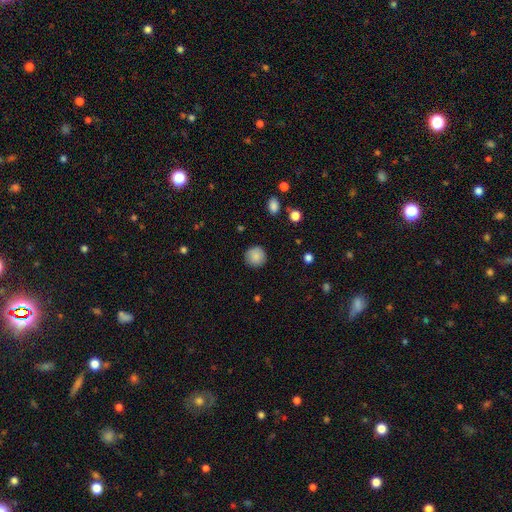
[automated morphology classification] This appears to be a smooth galaxy with no disk features (86%) that is round (94%). Merging: none (89%).